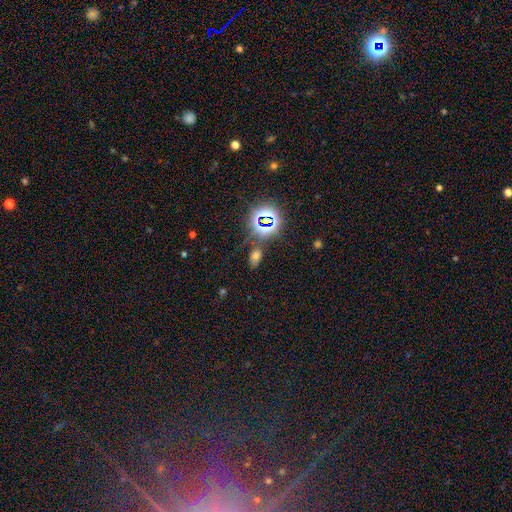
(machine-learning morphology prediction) Smooth or featured: smooth — 53% (star or artifact — 37%)
How rounded: in between — 85% (round — 12%)
Merging: none — 73% (minor disturbance — 14%)